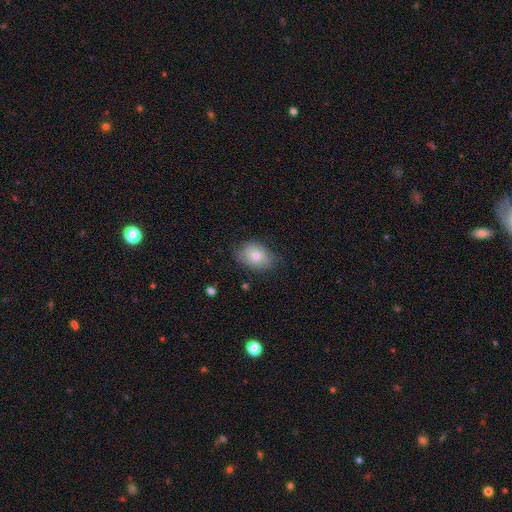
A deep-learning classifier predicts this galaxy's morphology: smooth_or_featured: smooth (p=0.69) [alt: featured or disk p=0.22]
how_rounded: in between (p=0.68) [alt: round p=0.31]
merging: none (p=0.67) [alt: minor disturbance p=0.25]